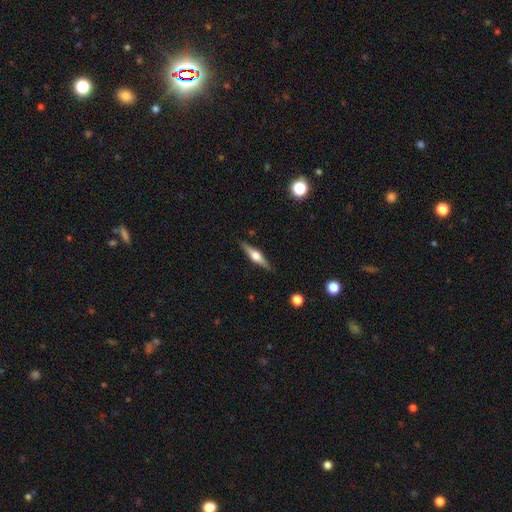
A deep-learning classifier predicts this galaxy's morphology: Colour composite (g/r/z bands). It shows a featured or disk galaxy (71%) viewed edge-on (97%) with a rounded central bulge (93%). Merging: none (89%).